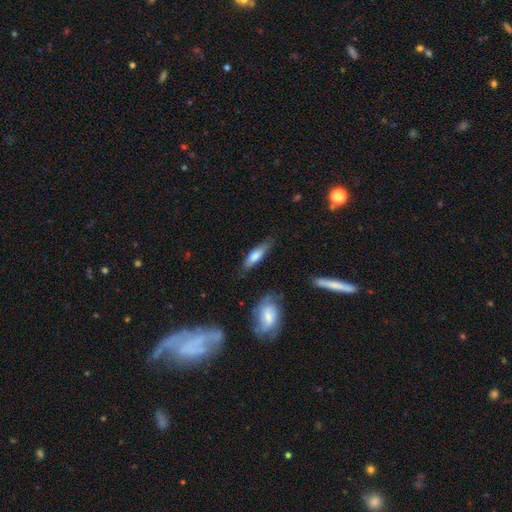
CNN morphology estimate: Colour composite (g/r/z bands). It shows a smooth galaxy with no disk features (71%) that is cigar-shaped (57%). Merging: none (72%).